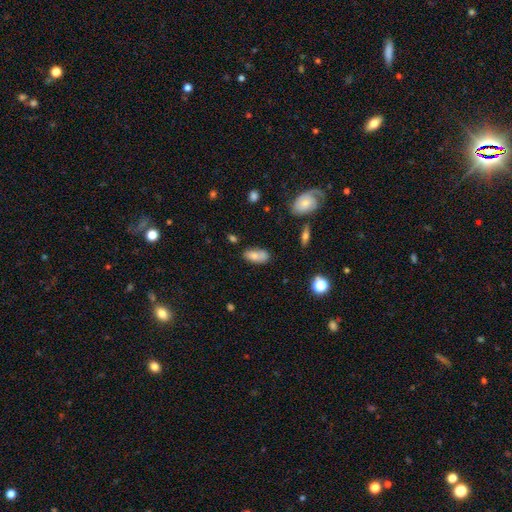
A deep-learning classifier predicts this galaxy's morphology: This is likely a smooth galaxy (74%). How rounded: clearly in between (89%). Merging: possibly none (55%).